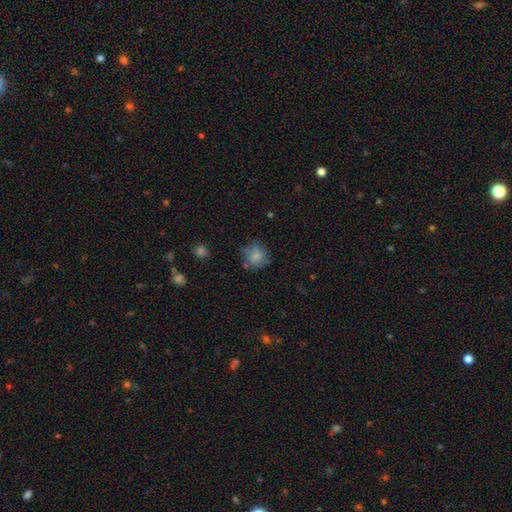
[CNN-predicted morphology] Smooth or featured?
  - smooth: 75% *
  - featured or disk: 15%
  - star or artifact: 10%
How rounded?
  - round: 81% *
  - in between: 18%
  - cigar-shaped: 1%
Merging?
  - none: 66% *
  - minor disturbance: 22%
  - major disturbance: 8%
  - merger: 4%